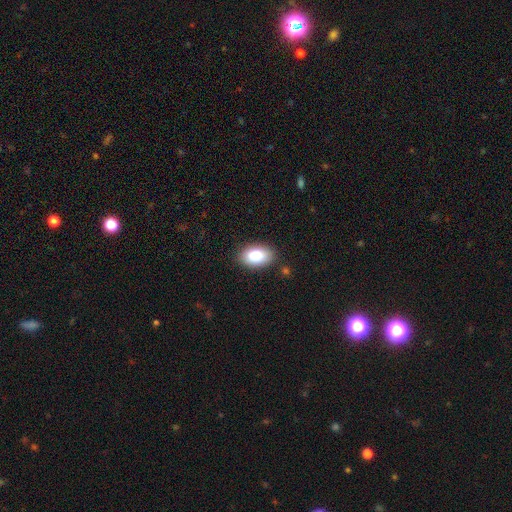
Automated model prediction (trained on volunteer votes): smooth 84%, featured or disk 8%, star or artifact 8%. Down the decision tree: how rounded — in between (91%); merging — none (86%).